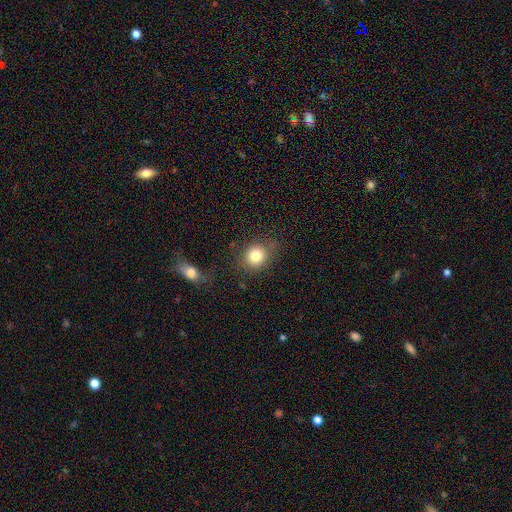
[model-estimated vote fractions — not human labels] Q: Smooth or featured?
A: smooth (81%); runner-up: star or artifact (11%)
Q: How rounded?
A: round (72%); runner-up: in between (27%)
Q: Merging?
A: none (74%); runner-up: minor disturbance (15%)